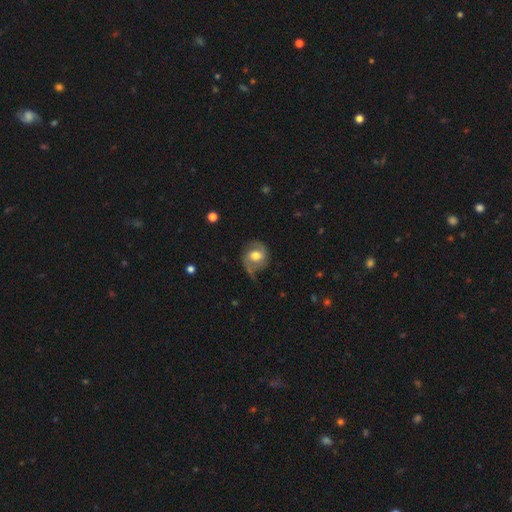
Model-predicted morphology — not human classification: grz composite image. It shows a featured or disk galaxy (68%) with no bar (45%), 2 (84%) medium (46%) spiral arms (89%) and a moderate central bulge (64%). Merging: none (62%).